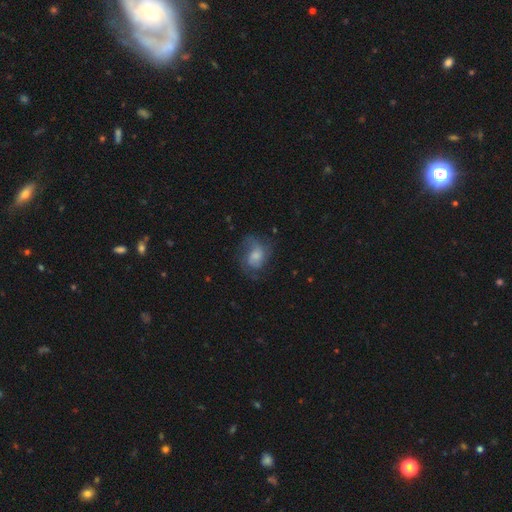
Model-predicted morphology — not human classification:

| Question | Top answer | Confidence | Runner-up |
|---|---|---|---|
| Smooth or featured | featured or disk | 47% | smooth (43%) |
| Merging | none | 53% | minor disturbance (24%) |